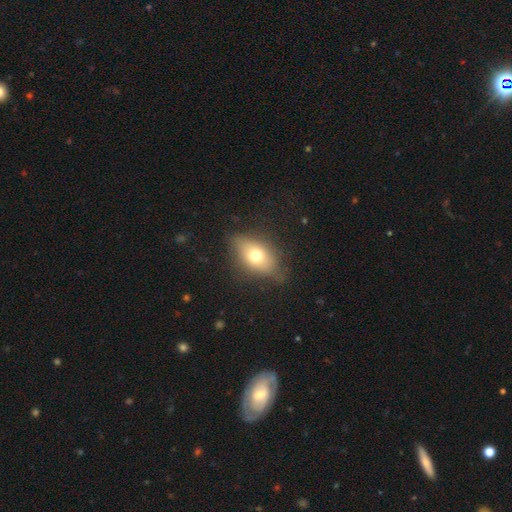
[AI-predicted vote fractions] Smooth or featured: smooth — 67% (featured or disk — 23%)
How rounded: in between — 80% (round — 16%)
Merging: none — 70% (minor disturbance — 22%)